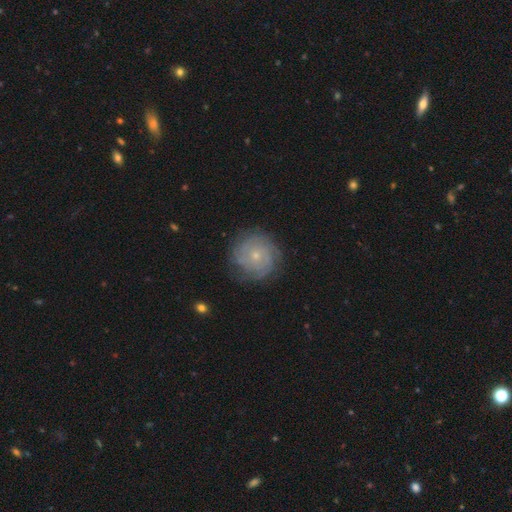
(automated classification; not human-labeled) Smooth or featured?
  - featured or disk: 66% *
  - smooth: 25%
  - star or artifact: 8%
Edge-on disk?
  - no: 98% *
  - yes: 2%
Bar?
  - no: 85% *
  - weak: 13%
  - strong: 2%
Spiral arms?
  - yes: 88% *
  - no: 12%
Spiral winding?
  - tight: 74% *
  - medium: 19%
  - loose: 6%
Spiral arm count?
  - can't tell: 46% *
  - 3: 15%
  - 2: 14%
  - 4: 12%
  - more than 4: 7%
  - 1: 6%
Bulge size?
  - small: 77% *
  - moderate: 19%
  - none: 2%
  - large: 1%
  - dominant: 1%
Merging?
  - none: 79% *
  - minor disturbance: 14%
  - major disturbance: 5%
  - merger: 1%